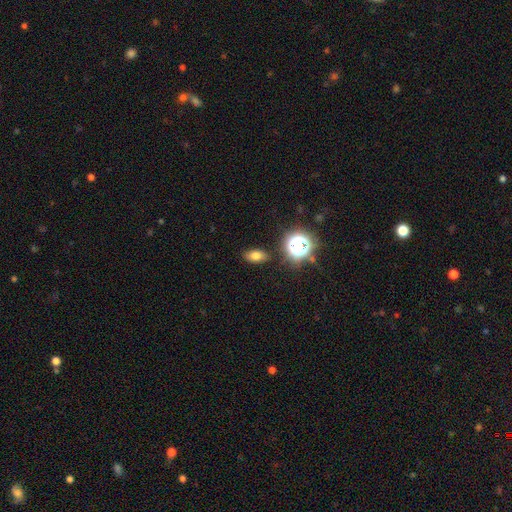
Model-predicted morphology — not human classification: smooth-or-featured: smooth: 71% | star or artifact: 18% | featured or disk: 10%
  how-rounded: in between: 83% | round: 13% | cigar-shaped: 4%
  merging: none: 86% | minor disturbance: 9% | major disturbance: 3% | merger: 2%